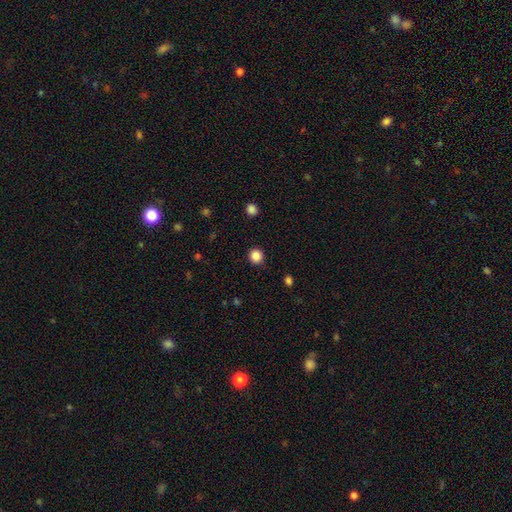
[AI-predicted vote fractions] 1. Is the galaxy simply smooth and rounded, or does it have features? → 85% smooth, 11% star or artifact, 3% featured or disk.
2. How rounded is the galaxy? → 94% round, 5% in between, 1% cigar-shaped.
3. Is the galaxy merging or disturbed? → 91% none, 6% minor disturbance, 2% major disturbance, 1% merger.